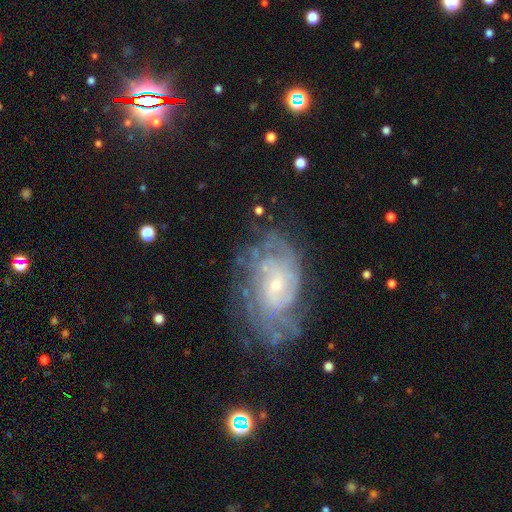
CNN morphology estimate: smooth-or-featured: featured or disk: 81% | smooth: 10% | star or artifact: 9%
  disk-edge-on: no: 95% | yes: 5%
    bar: no: 68% | weak: 26% | strong: 6%
    has-spiral-arms: yes: 92% | no: 8%
      spiral-winding: tight: 70% | medium: 23% | loose: 7%
      spiral-arm-count: can't tell: 52% | 4: 11% | 2: 11% | 3: 10% | more than 4: 10% | 1: 6%
    bulge-size: small: 73% | moderate: 22% | none: 2% | large: 2% | dominant: 1%
  merging: none: 71% | minor disturbance: 18% | major disturbance: 9% | merger: 2%